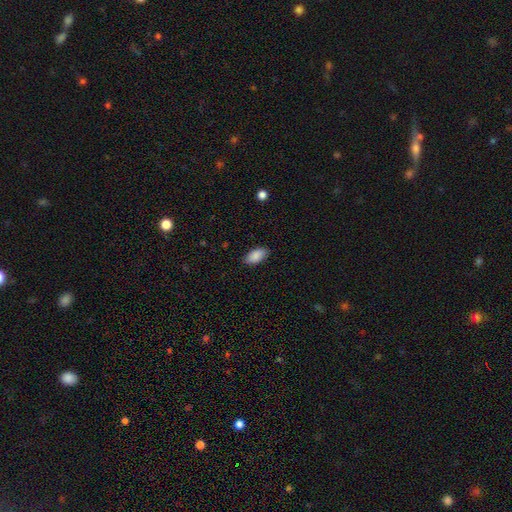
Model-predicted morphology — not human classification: Q: Smooth or featured?
A: smooth (88%); runner-up: star or artifact (7%)
Q: How rounded?
A: in between (94%); runner-up: cigar-shaped (3%)
Q: Merging?
A: none (86%); runner-up: minor disturbance (11%)